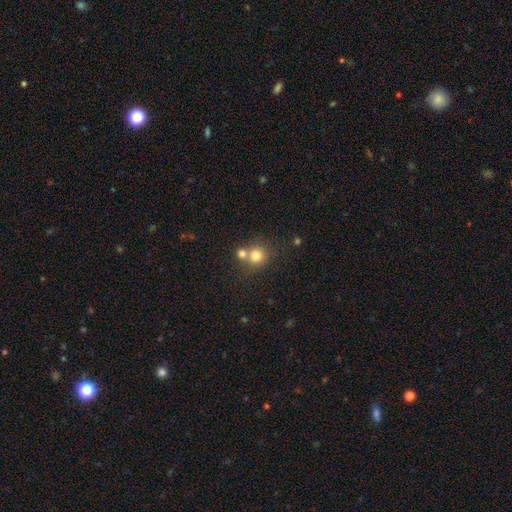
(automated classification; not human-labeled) smooth_or_featured: smooth (p=0.77) [alt: star or artifact p=0.13]
how_rounded: round (p=0.87) [alt: in between p=0.12]
merging: none (p=0.50) [alt: merger p=0.40]